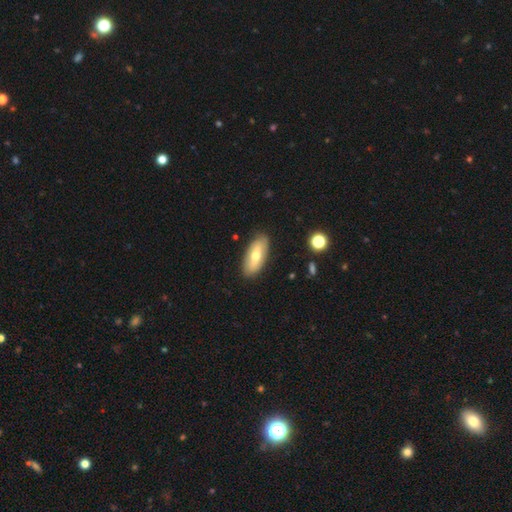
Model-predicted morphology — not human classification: A smooth galaxy with no disk features (57%) that is in between round and cigar-shaped (84%). Merging: none (86%).